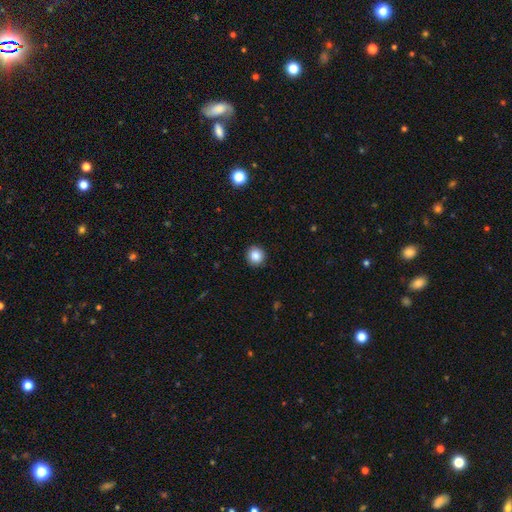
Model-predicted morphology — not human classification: Smooth or featured: smooth — 86% (star or artifact — 9%)
How rounded: round — 91% (in between — 8%)
Merging: none — 92% (minor disturbance — 6%)